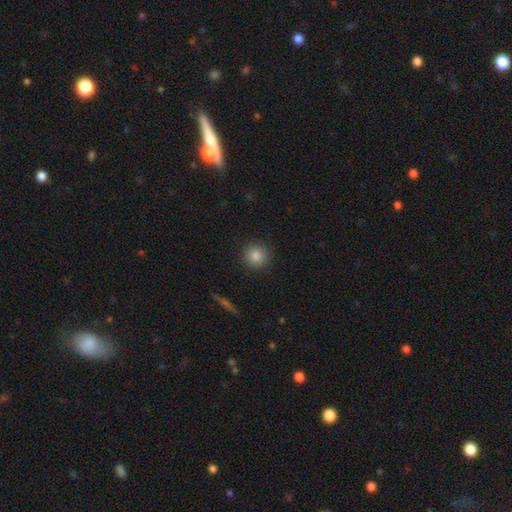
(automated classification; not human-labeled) This is clearly a smooth galaxy (84%). How rounded: clearly round (94%). Merging: clearly none (90%).